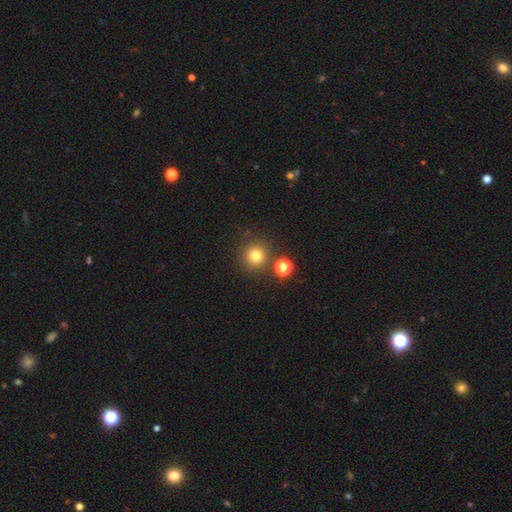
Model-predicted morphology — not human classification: Smooth or featured? Predicted: smooth (p=0.78). How rounded? Predicted: round (p=0.94). Merging? Predicted: none (p=0.83).